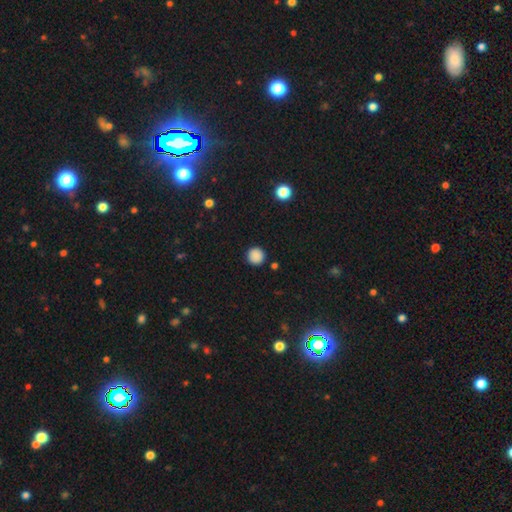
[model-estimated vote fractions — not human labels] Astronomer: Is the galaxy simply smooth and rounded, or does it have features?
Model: smooth — 87%.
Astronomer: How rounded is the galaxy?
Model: round — 95%.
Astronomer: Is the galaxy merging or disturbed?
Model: none — 91%.